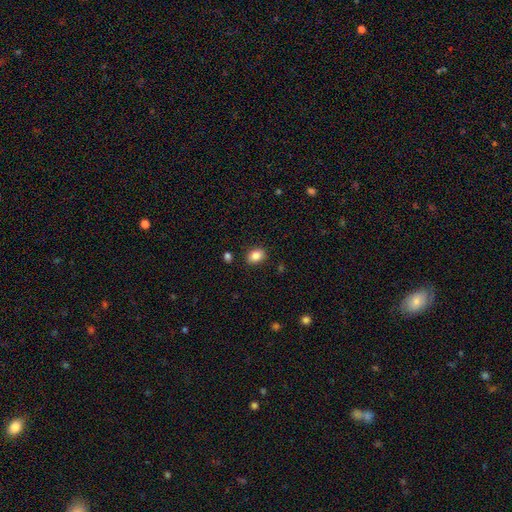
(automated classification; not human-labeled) Overall: smooth (86%). How rounded: in between (72%). Merging: none (87%).